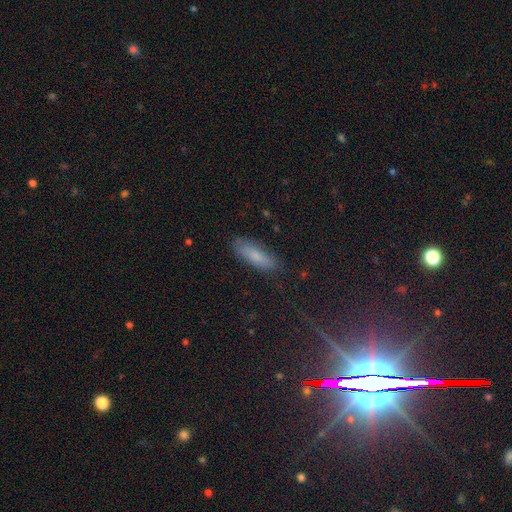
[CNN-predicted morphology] This is likely a smooth galaxy (75%). How rounded: possibly in between (53%). Merging: clearly none (82%).